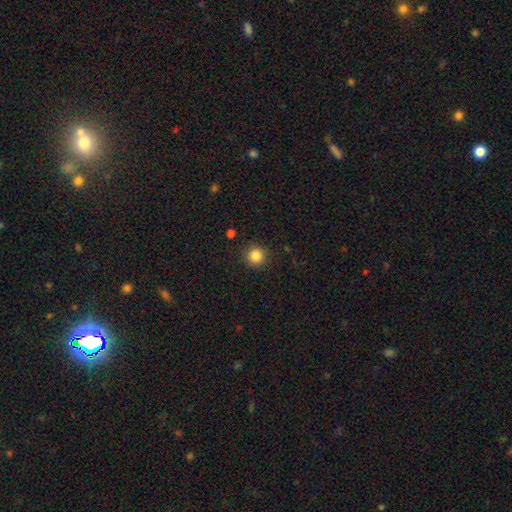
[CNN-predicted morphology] Smooth or featured: smooth — 85% (star or artifact — 11%)
How rounded: round — 93% (in between — 6%)
Merging: none — 90% (minor disturbance — 7%)